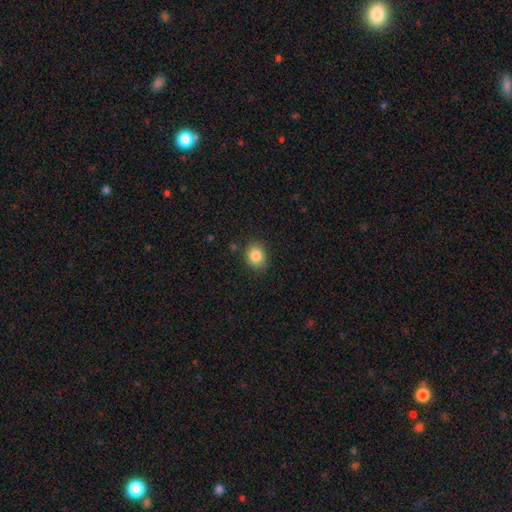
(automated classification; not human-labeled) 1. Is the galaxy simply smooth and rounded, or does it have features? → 84% smooth, 10% star or artifact, 6% featured or disk.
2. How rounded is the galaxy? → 64% round, 35% in between, 1% cigar-shaped.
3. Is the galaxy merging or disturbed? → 81% none, 14% minor disturbance, 3% major disturbance, 2% merger.